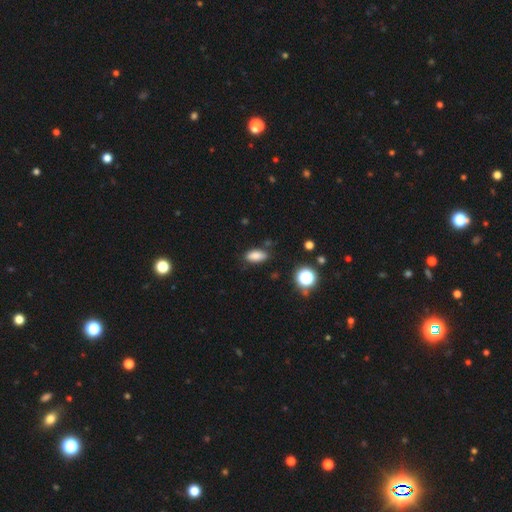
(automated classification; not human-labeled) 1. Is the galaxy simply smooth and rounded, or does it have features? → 84% smooth, 11% star or artifact, 6% featured or disk.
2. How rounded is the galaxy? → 87% in between, 8% cigar-shaped, 5% round.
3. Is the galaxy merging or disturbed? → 78% none, 16% minor disturbance, 3% major disturbance, 2% merger.